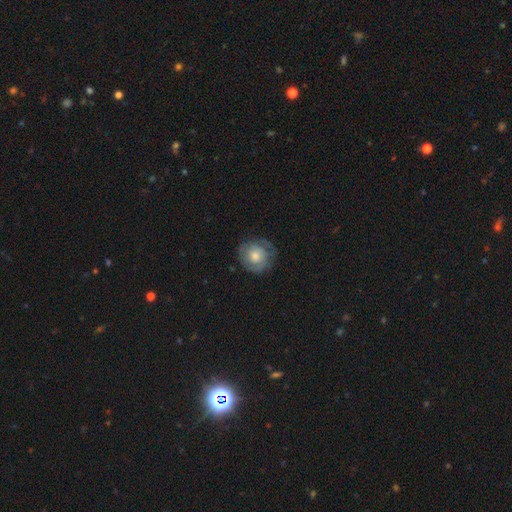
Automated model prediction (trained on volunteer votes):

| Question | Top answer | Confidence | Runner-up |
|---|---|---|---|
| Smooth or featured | smooth | 50% | featured or disk (43%) |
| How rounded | round | 88% | in between (11%) |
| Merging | none | 72% | minor disturbance (19%) |